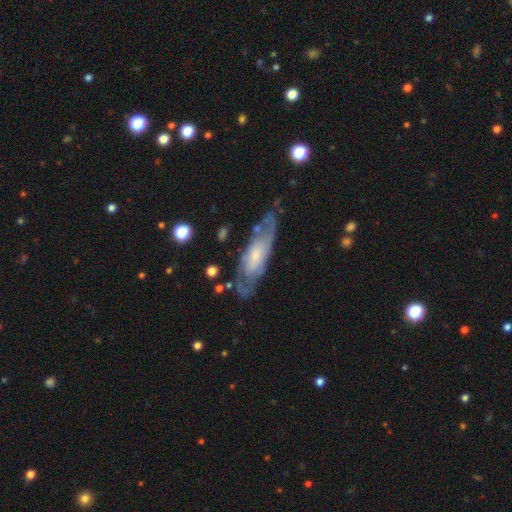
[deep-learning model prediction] A featured or disk galaxy (66%) with no bar (68%), spiral arms (78%) and a small central bulge (51%).

Vote fractions:
- Smooth or featured? featured or disk: 66% / smooth: 28% / star or artifact: 6%
- Edge-on disk? no: 79% / yes: 21%
- Bar? no: 68% / weak: 26% / strong: 6%
- Spiral arms? yes: 78% / no: 22%
- Bulge size? small: 51% / moderate: 30% / none: 9% / large: 8% / dominant: 2%
- Merging? none: 63% / minor disturbance: 22% / major disturbance: 12% / merger: 3%